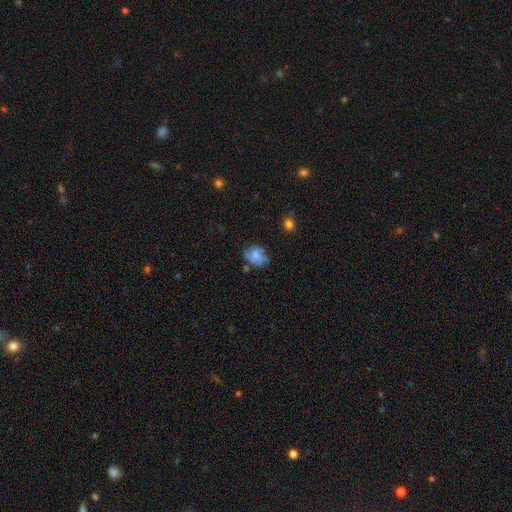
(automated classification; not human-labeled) This is possibly a smooth galaxy (54%). How rounded: likely in between (64%). Merging: possibly none (54%).